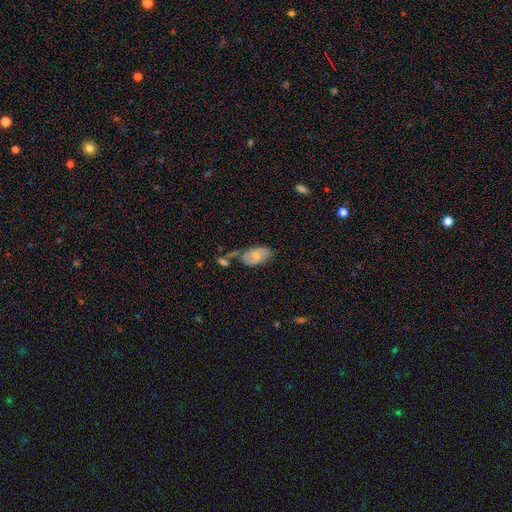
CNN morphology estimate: smooth 49%, featured or disk 43%, star or artifact 7%. Down the decision tree: merging — none (45%).